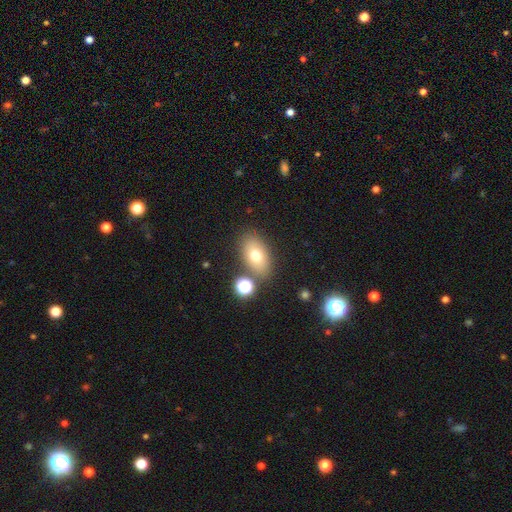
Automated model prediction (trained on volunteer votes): smooth-or-featured: smooth: 72% | featured or disk: 16% | star or artifact: 11%
  how-rounded: in between: 85% | round: 12% | cigar-shaped: 2%
  merging: none: 78% | minor disturbance: 11% | merger: 7% | major disturbance: 4%